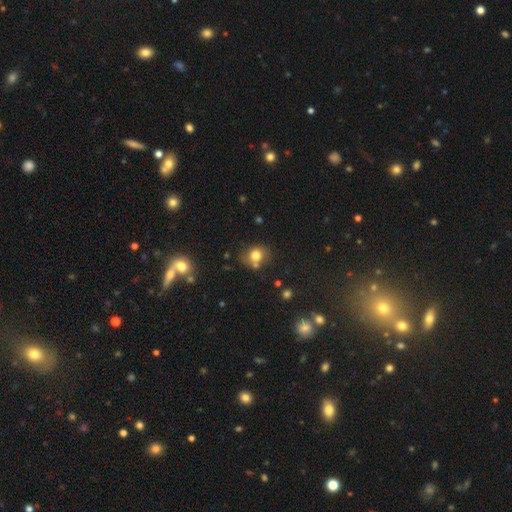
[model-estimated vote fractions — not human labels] This appears to be a smooth galaxy with no disk features (77%) that is round (72%). Merging: none (63%).